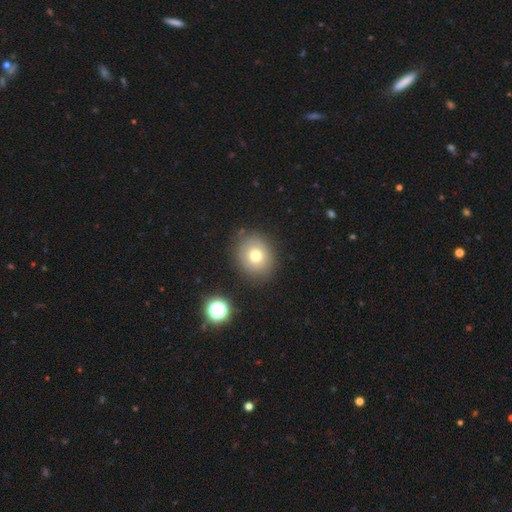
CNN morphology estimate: smooth-or-featured: smooth: 71% | featured or disk: 17% | star or artifact: 12%
  how-rounded: round: 70% | in between: 29% | cigar-shaped: 1%
  merging: none: 80% | minor disturbance: 12% | major disturbance: 4% | merger: 3%